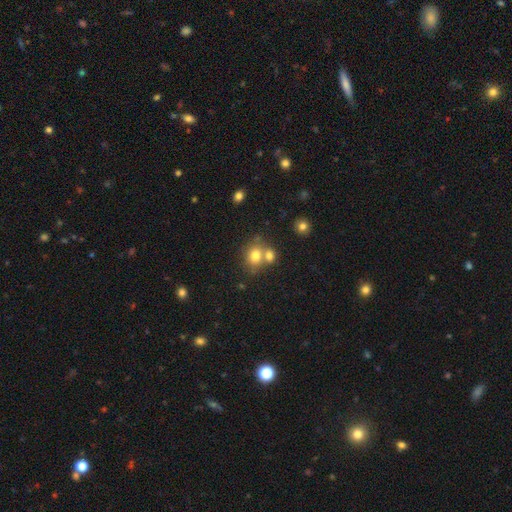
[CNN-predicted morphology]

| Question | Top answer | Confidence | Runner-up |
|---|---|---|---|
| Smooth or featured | smooth | 76% | featured or disk (12%) |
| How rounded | round | 66% | in between (33%) |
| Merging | none | 46% | merger (40%) |